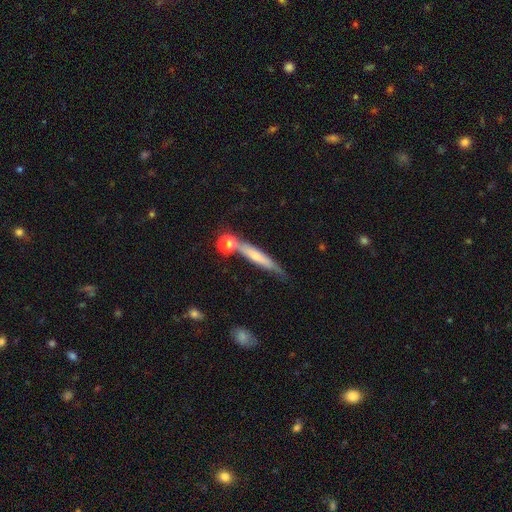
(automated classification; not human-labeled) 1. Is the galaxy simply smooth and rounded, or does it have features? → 49% smooth, 44% featured or disk, 8% star or artifact.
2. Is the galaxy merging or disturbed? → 61% none, 18% minor disturbance, 16% merger, 6% major disturbance.